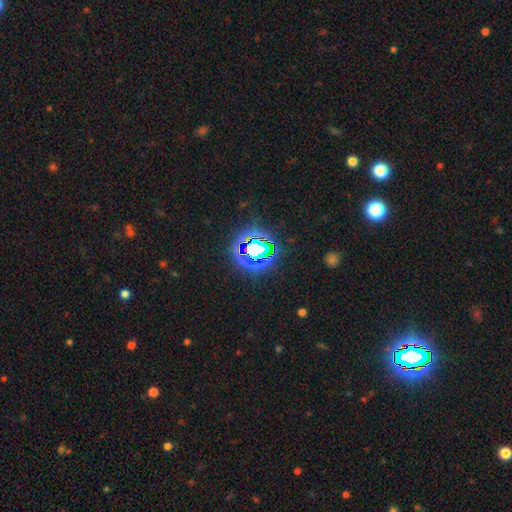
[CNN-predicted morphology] smooth-or-featured: star or artifact: 82% | smooth: 11% | featured or disk: 6%